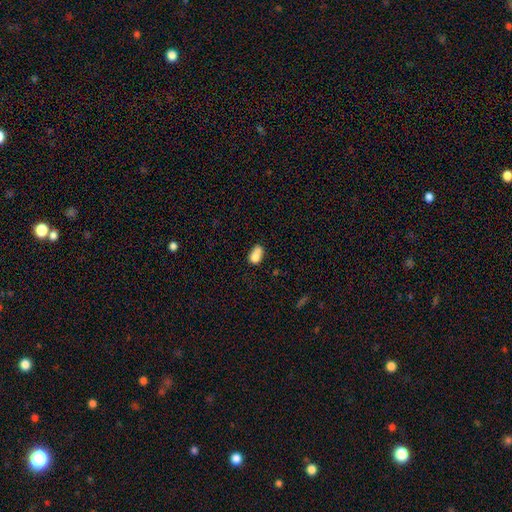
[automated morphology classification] smooth-or-featured: smooth: 76% | featured or disk: 14% | star or artifact: 10%
  how-rounded: in between: 75% | round: 23% | cigar-shaped: 3%
  merging: merger: 42% | none: 30% | minor disturbance: 19% | major disturbance: 9%